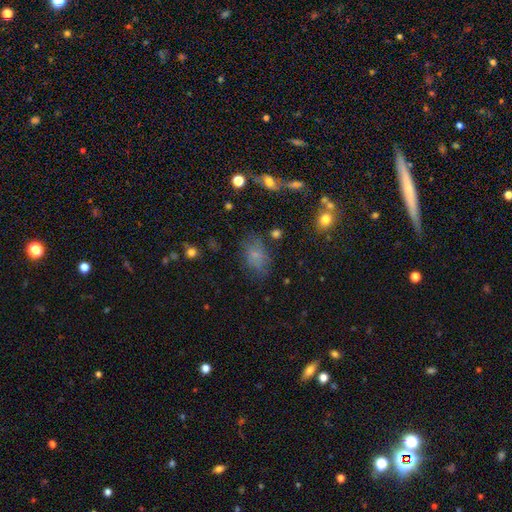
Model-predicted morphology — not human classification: The model was most divided on "merging": none: 67%, minor disturbance: 21%, major disturbance: 10%, merger: 3%. More confident: how rounded — in between (80%); smooth or featured — smooth (65%).